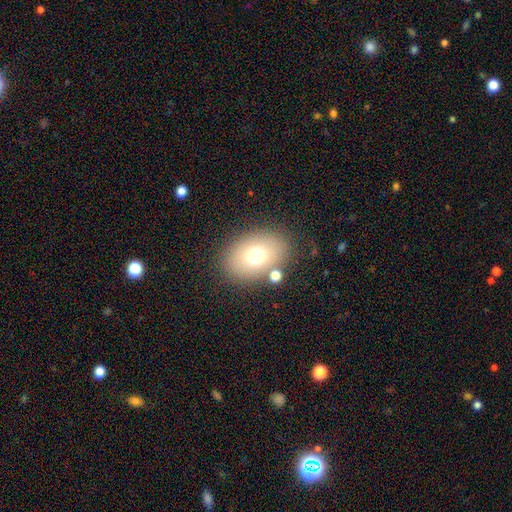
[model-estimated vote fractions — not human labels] Q: Smooth or featured?
A: smooth (71%); runner-up: featured or disk (17%)
Q: How rounded?
A: in between (71%); runner-up: round (28%)
Q: Merging?
A: none (79%); runner-up: minor disturbance (10%)